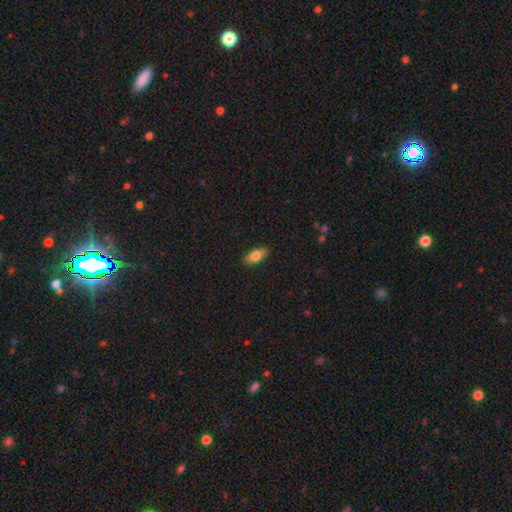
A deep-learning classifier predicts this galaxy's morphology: A smooth galaxy with no disk features (77%) that is in between round and cigar-shaped (87%).

Vote fractions:
- Smooth or featured? smooth: 77% / featured or disk: 16% / star or artifact: 7%
- How rounded? in between: 87% / cigar-shaped: 10% / round: 3%
- Merging? none: 88% / minor disturbance: 9% / major disturbance: 2% / merger: 1%